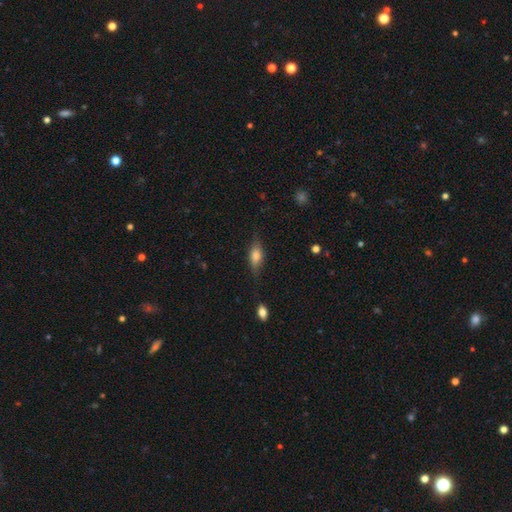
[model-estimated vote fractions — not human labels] The model was most divided on "smooth or featured": smooth: 65%, featured or disk: 27%, star or artifact: 8%. More confident: merging — none (75%); how rounded — in between (70%).